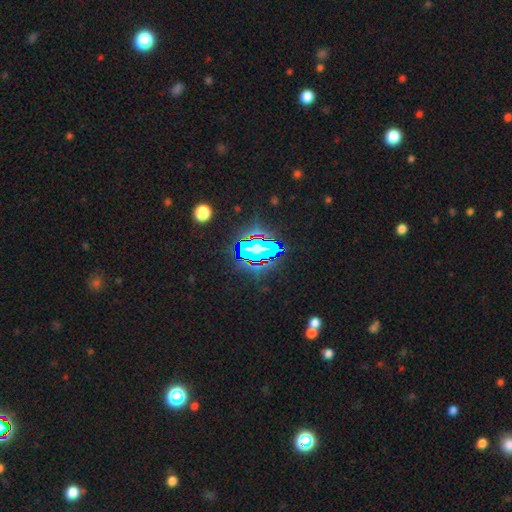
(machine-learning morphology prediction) Smooth or featured? Predicted: star or artifact (p=0.78).